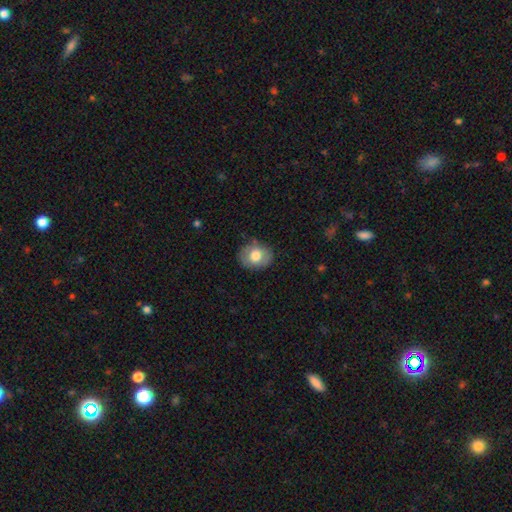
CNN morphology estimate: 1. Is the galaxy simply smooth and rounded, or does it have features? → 72% smooth, 20% featured or disk, 8% star or artifact.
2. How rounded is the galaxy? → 56% round, 43% in between, 1% cigar-shaped.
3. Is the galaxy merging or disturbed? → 81% none, 15% minor disturbance, 4% major disturbance, 1% merger.